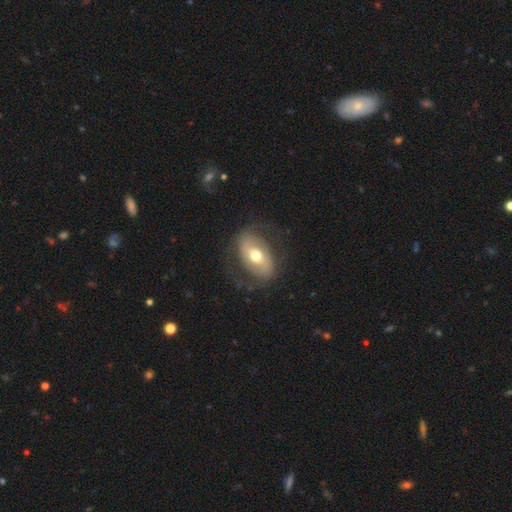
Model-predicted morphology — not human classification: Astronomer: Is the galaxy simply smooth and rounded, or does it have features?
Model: featured or disk — 54% (runner-up: smooth, 40%).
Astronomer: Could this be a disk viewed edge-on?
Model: no — 92%.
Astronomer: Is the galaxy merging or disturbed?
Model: none — 73%.